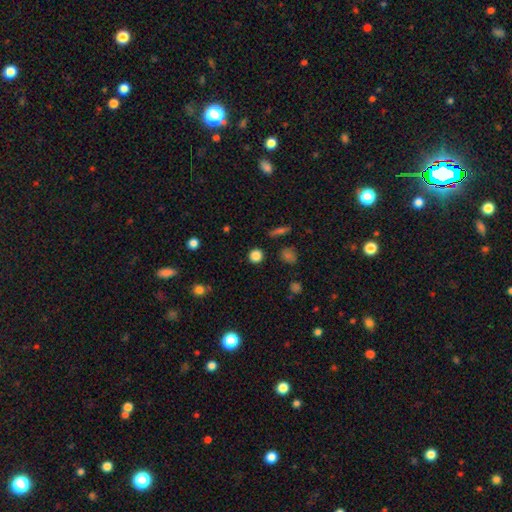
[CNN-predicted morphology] This appears to be a smooth galaxy with no disk features (84%) that is round (92%). Merging: none (90%).